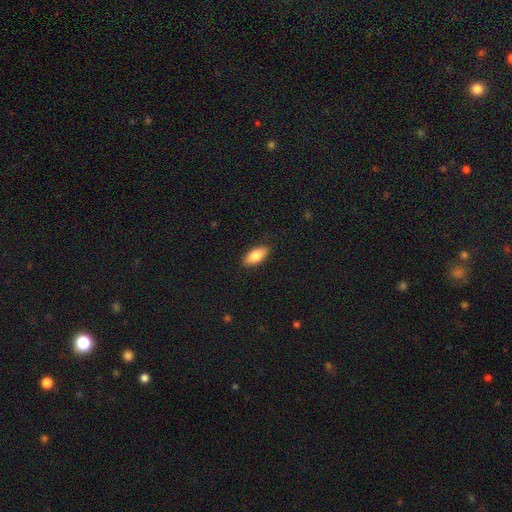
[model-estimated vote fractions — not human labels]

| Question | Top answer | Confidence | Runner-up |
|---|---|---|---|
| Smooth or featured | smooth | 82% | featured or disk (12%) |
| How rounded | in between | 88% | cigar-shaped (10%) |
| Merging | none | 89% | minor disturbance (9%) |